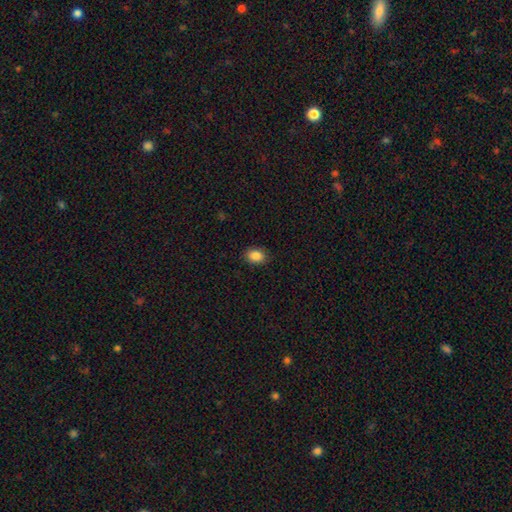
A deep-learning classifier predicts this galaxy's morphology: Smooth or featured? smooth (87%)
How rounded? in between (72%)
Merging? none (89%)